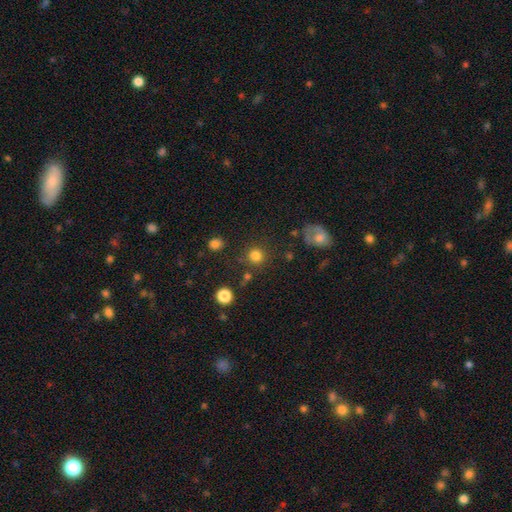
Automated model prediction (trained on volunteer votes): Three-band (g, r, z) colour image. It shows a smooth galaxy with no disk features (81%) that is round (91%). Merging: none (82%).